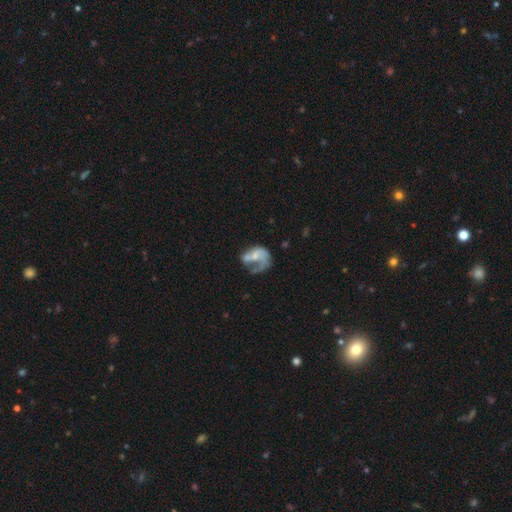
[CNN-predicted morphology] This is likely a featured or disk galaxy (64%). It is clearly not viewed edge-on (98%). Bar: likely no (71%). Spiral arm pattern: likely yes (65%). Central bulge: possibly small (48%). Merging: marginally major disturbance (42%).